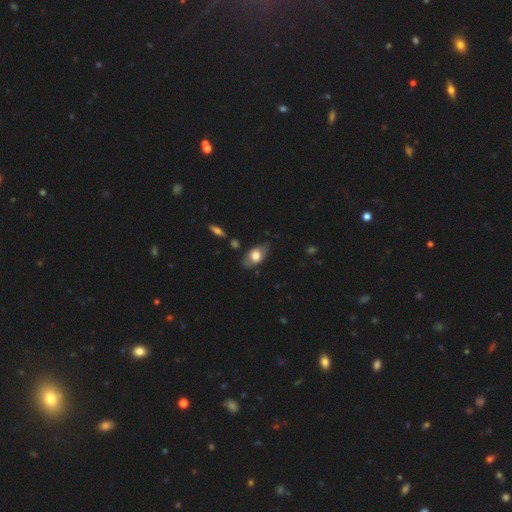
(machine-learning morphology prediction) Smooth or featured: smooth — 63% (featured or disk — 31%)
How rounded: in between — 89% (round — 9%)
Merging: none — 71% (minor disturbance — 21%)